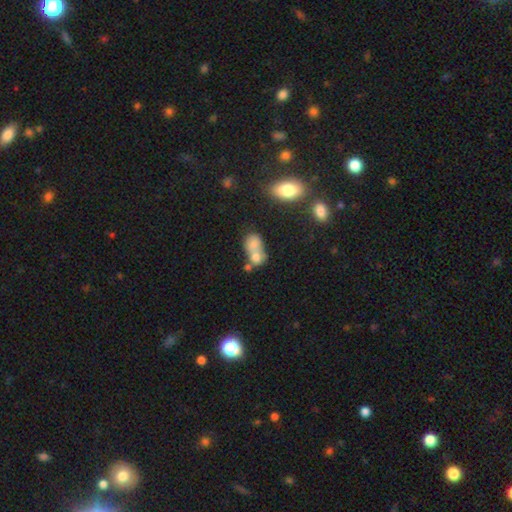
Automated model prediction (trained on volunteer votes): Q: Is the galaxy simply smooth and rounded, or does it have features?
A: smooth — 69%.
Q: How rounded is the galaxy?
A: in between — 54%.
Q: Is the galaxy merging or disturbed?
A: merger — 66%.